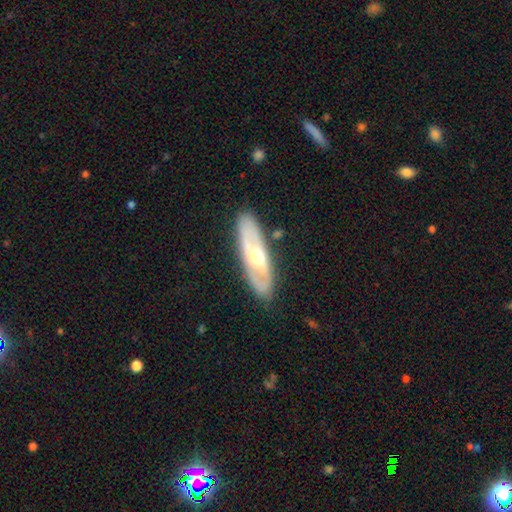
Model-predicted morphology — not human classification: Smooth or featured?
  - featured or disk: 66% *
  - smooth: 29%
  - star or artifact: 5%
Edge-on disk?
  - no: 73% *
  - yes: 27%
Merging?
  - none: 85% *
  - minor disturbance: 10%
  - major disturbance: 3%
  - merger: 2%